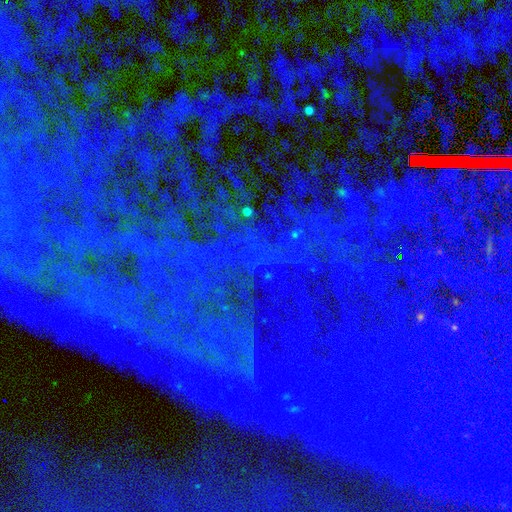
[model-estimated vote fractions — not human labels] Smooth or featured: star or artifact — 86% (featured or disk — 8%)